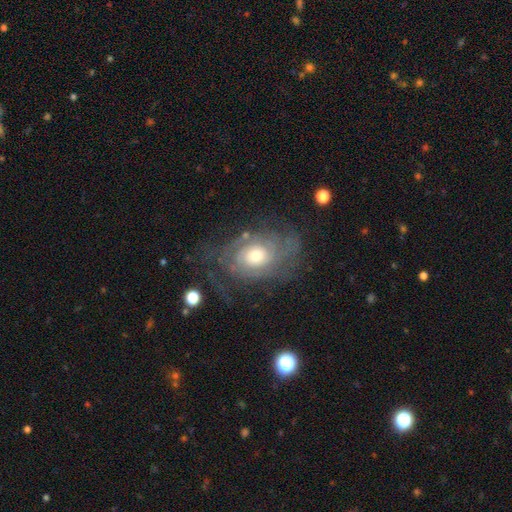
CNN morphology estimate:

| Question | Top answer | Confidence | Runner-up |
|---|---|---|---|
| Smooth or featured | featured or disk | 81% | smooth (13%) |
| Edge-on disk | no | 96% | yes (4%) |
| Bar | no | 79% | weak (17%) |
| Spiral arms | yes | 89% | no (11%) |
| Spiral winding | tight | 63% | medium (27%) |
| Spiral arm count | can't tell | 45% | 2 (24%) |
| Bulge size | moderate | 59% | small (24%) |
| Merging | none | 62% | minor disturbance (19%) |